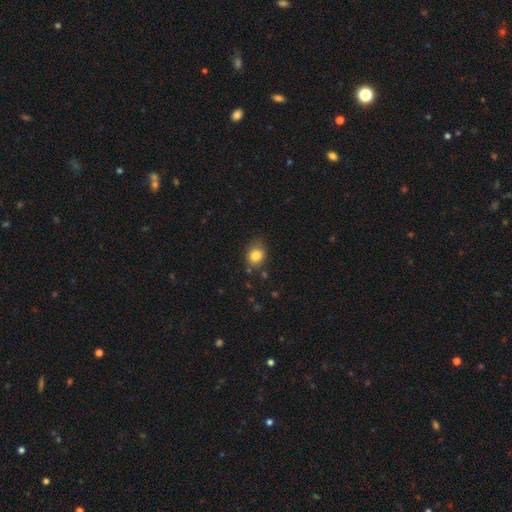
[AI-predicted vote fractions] A smooth galaxy with no disk features (84%) that is round (60%). Merging: none (68%).